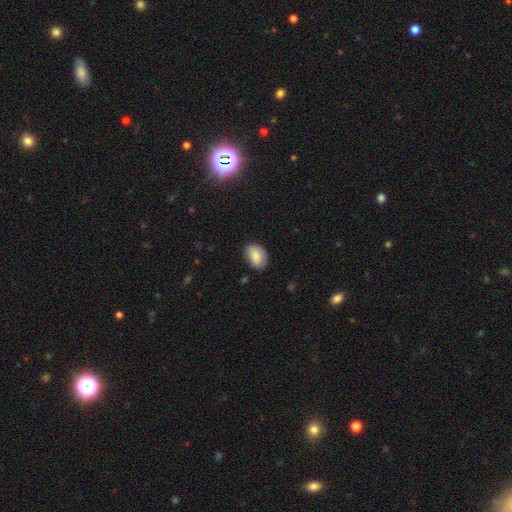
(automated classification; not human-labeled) Q: Smooth or featured?
A: smooth (82%); runner-up: featured or disk (11%)
Q: How rounded?
A: in between (82%); runner-up: round (17%)
Q: Merging?
A: none (67%); runner-up: minor disturbance (26%)